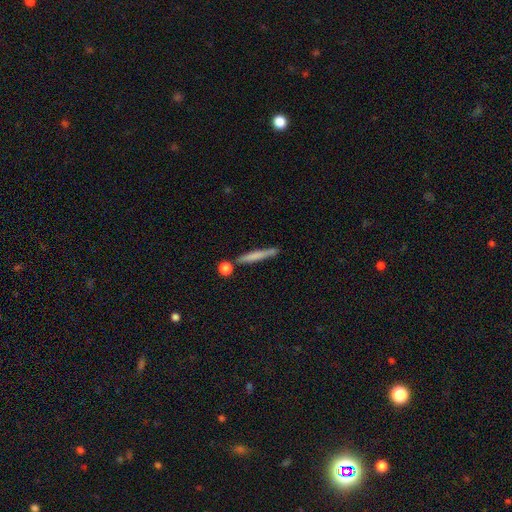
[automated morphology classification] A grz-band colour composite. It shows a smooth galaxy with no disk features (64%) that is cigar-shaped (94%). Merging: none (78%).